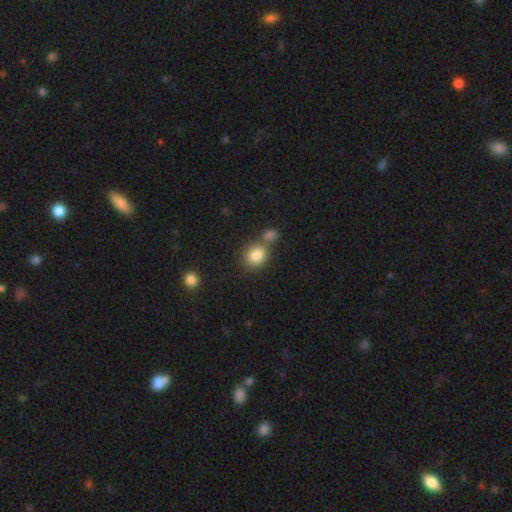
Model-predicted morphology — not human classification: Smooth or featured: smooth — 83% (star or artifact — 9%)
How rounded: round — 63% (in between — 36%)
Merging: none — 47% (merger — 37%)